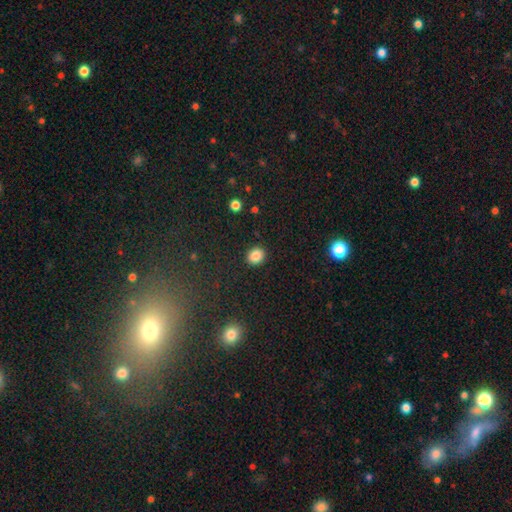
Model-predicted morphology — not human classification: smooth_or_featured: smooth (p=0.86) [alt: star or artifact p=0.10]
how_rounded: round (p=0.67) [alt: in between p=0.32]
merging: none (p=0.90) [alt: minor disturbance p=0.06]